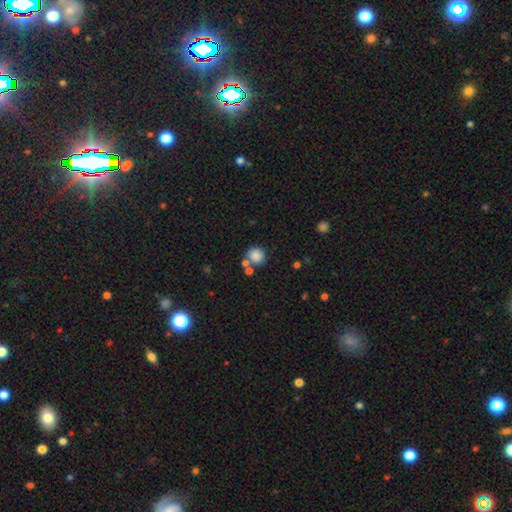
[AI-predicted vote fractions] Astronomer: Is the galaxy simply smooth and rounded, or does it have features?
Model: smooth — 84%.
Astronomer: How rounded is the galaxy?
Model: round — 86%.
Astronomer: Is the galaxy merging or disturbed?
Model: none — 66%.